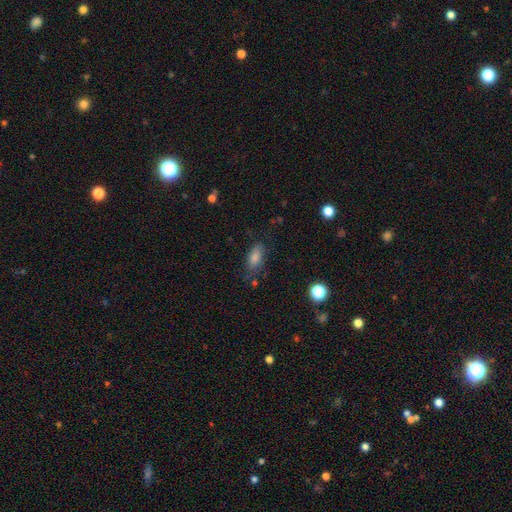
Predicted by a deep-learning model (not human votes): Overall: smooth (76%). How rounded: in between (82%). Merging: none (74%).